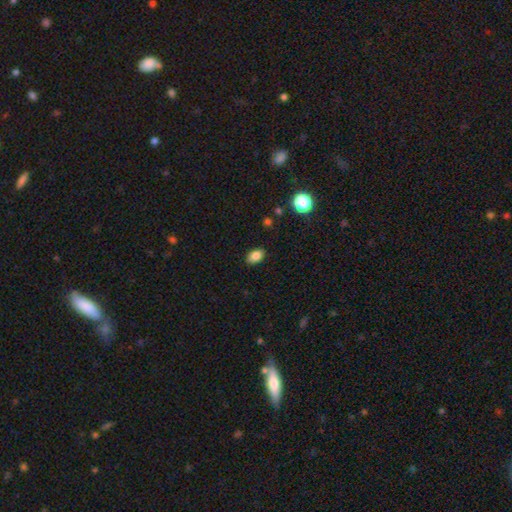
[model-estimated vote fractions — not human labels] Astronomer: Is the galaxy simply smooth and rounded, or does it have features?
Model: smooth — 84%.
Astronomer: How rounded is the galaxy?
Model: in between — 85%.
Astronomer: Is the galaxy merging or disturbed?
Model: none — 87%.